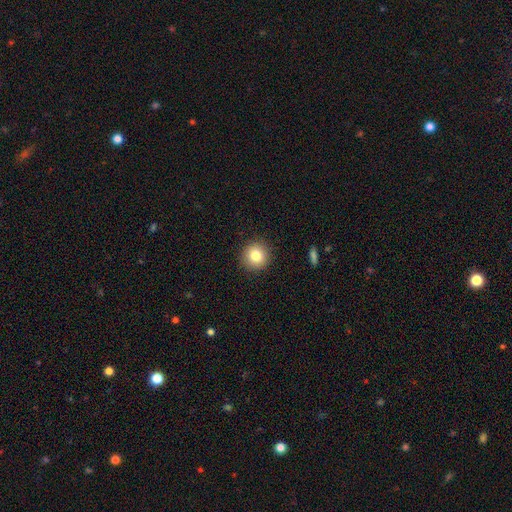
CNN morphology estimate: Smooth or featured? smooth (83%)
How rounded? round (93%)
Merging? none (91%)